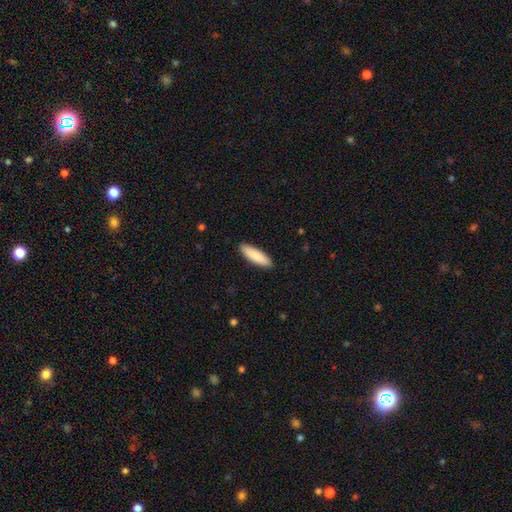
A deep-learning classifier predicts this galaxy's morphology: Q: Smooth or featured?
A: smooth (87%); runner-up: featured or disk (7%)
Q: How rounded?
A: cigar-shaped (55%); runner-up: in between (44%)
Q: Merging?
A: none (90%); runner-up: minor disturbance (8%)